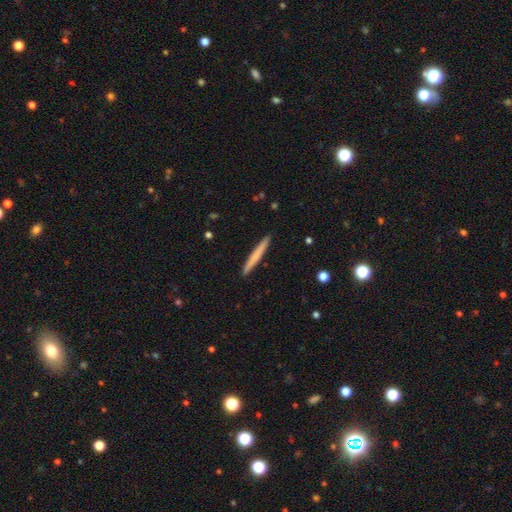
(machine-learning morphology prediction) Smooth or featured?
  - smooth: 66% *
  - featured or disk: 29%
  - star or artifact: 5%
How rounded?
  - cigar-shaped: 97% *
  - in between: 2%
  - round: 1%
Merging?
  - none: 92% *
  - minor disturbance: 5%
  - major disturbance: 1%
  - merger: 1%